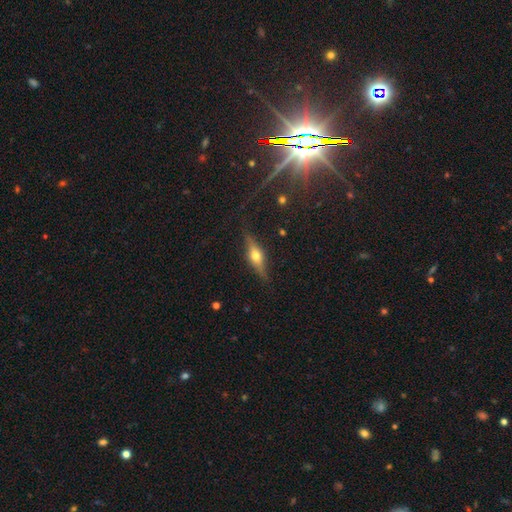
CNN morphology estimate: smooth_or_featured: featured or disk (p=0.61) [alt: smooth p=0.31]
disk_edge_on: yes (p=0.93) [alt: no p=0.07]
edge_on_bulge: rounded (p=0.93) [alt: boxy p=0.05]
merging: none (p=0.84) [alt: minor disturbance p=0.12]